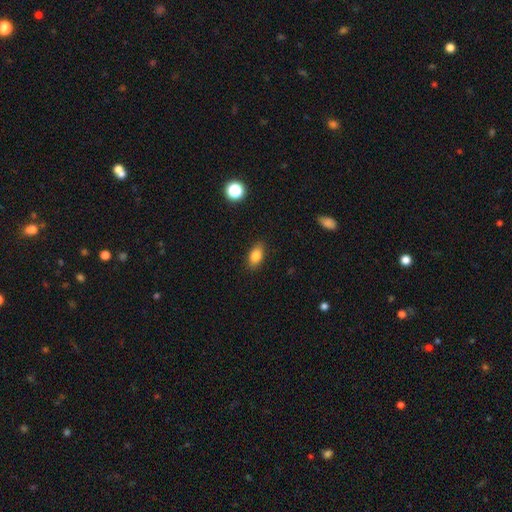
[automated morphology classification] type=smooth (82%); roundness=in between (86%); merging=none (87%).